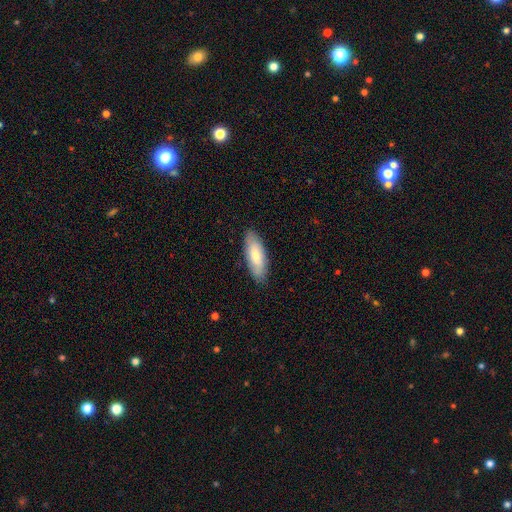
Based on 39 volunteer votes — A smooth galaxy with no disk features (69%) that is in between round and cigar-shaped (70%). Merging: none (71%).